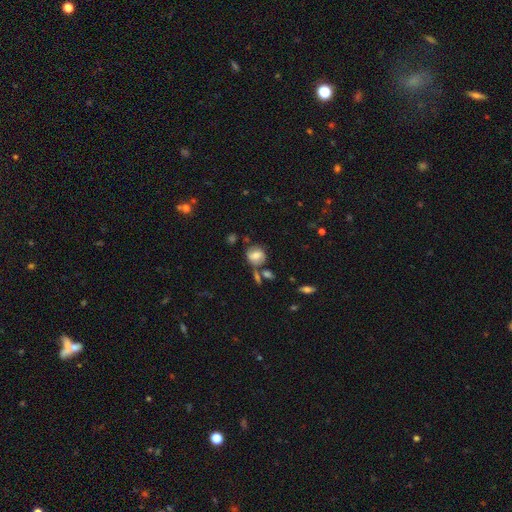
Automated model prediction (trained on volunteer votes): Smooth or featured? Predicted: smooth (p=0.66). How rounded? Predicted: round (p=0.68). Merging? Predicted: none (p=0.59).